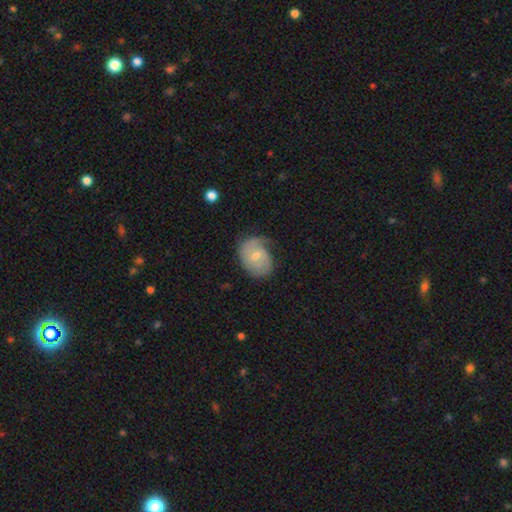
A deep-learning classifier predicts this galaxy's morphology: smooth-or-featured: featured or disk: 63% | smooth: 31% | star or artifact: 6%
  disk-edge-on: no: 97% | yes: 3%
    bar: weak: 48% | no: 44% | strong: 7%
    has-spiral-arms: yes: 87% | no: 13%
      spiral-winding: tight: 44% | medium: 37% | loose: 18%
      spiral-arm-count: 2: 41% | 1: 31% | can't tell: 20% | 3: 5% | 4: 2% | more than 4: 2%
    bulge-size: small: 52% | moderate: 43% | none: 3% | large: 2% | dominant: 1%
  merging: none: 54% | minor disturbance: 30% | major disturbance: 15% | merger: 2%